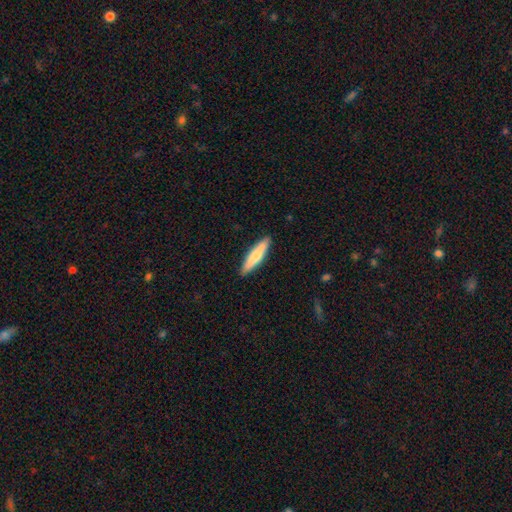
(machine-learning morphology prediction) Smooth or featured?
  - smooth: 68% *
  - featured or disk: 27%
  - star or artifact: 5%
How rounded?
  - cigar-shaped: 83% *
  - in between: 15%
  - round: 1%
Merging?
  - none: 90% *
  - minor disturbance: 7%
  - major disturbance: 1%
  - merger: 1%